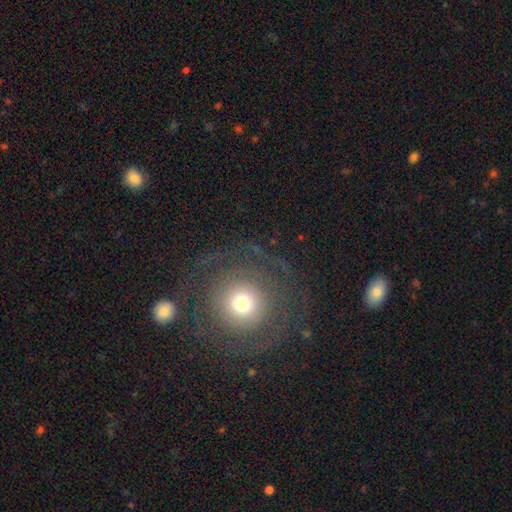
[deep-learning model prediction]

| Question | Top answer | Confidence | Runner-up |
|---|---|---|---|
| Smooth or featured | smooth | 43% | featured or disk (42%) |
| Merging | none | 76% | minor disturbance (11%) |